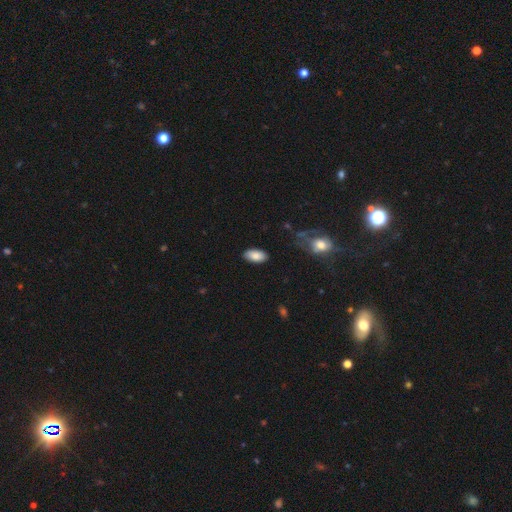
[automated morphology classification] This is clearly a smooth galaxy (85%). How rounded: clearly in between (94%). Merging: clearly none (86%).